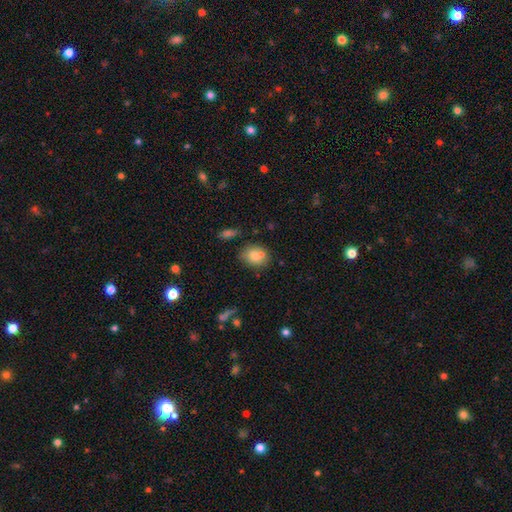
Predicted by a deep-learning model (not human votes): smooth 79%, featured or disk 12%, star or artifact 9%. Down the decision tree: how rounded — in between (50%); merging — none (59%).